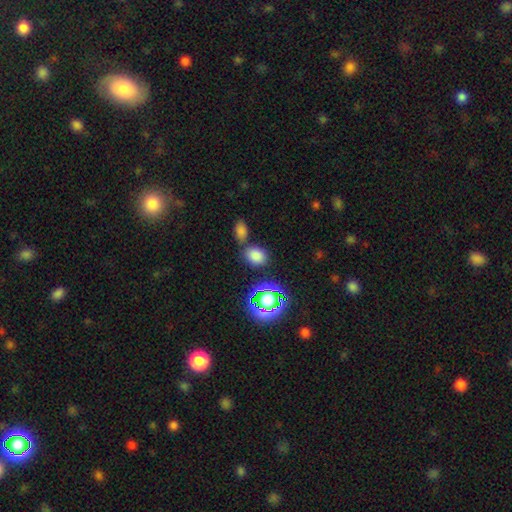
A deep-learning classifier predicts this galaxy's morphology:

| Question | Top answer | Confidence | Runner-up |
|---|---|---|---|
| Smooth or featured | smooth | 75% | star or artifact (19%) |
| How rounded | in between | 59% | round (39%) |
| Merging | none | 67% | merger (18%) |